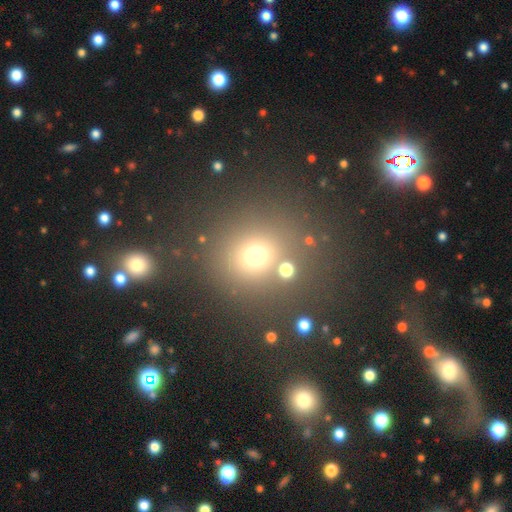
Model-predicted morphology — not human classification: smooth_or_featured: smooth (p=0.66) [alt: star or artifact p=0.25]
how_rounded: round (p=0.86) [alt: in between p=0.13]
merging: none (p=0.76) [alt: merger p=0.10]